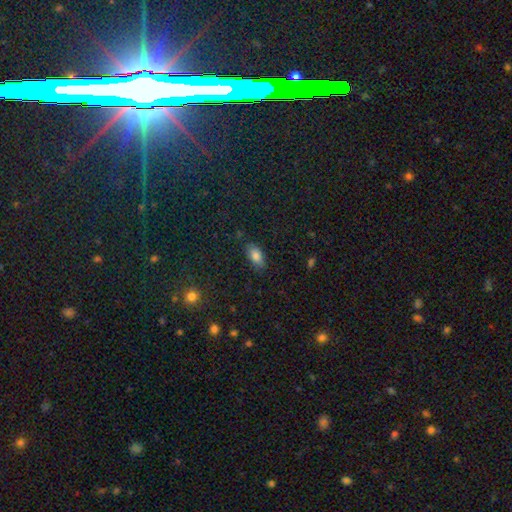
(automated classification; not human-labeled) This appears to be a smooth galaxy with no disk features (83%) that is in between round and cigar-shaped (90%). Merging: none (81%).